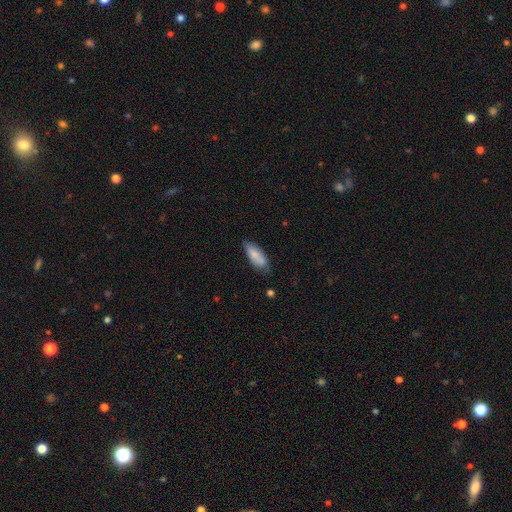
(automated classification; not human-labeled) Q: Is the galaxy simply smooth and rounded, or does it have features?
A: smooth — 82%.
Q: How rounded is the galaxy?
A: in between — 76%.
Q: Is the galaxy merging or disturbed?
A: none — 69%.